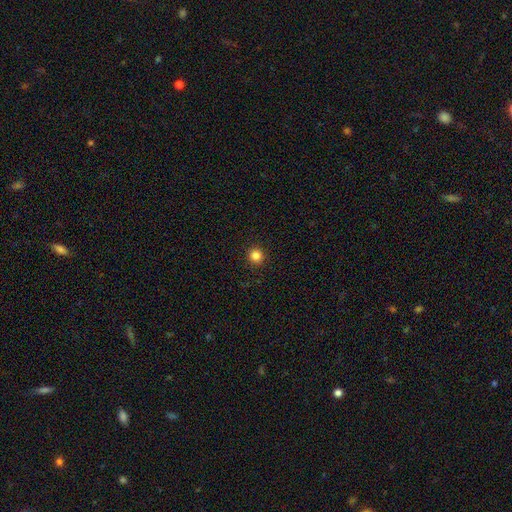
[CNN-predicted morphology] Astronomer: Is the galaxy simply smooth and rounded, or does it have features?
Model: smooth — 84%.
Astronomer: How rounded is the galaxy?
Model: round — 95%.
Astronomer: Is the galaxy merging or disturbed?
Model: none — 93%.